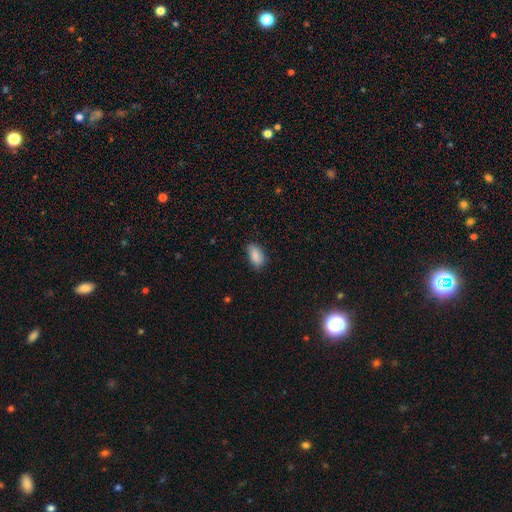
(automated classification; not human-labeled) Overall: smooth (86%). How rounded: in between (92%). Merging: none (77%).